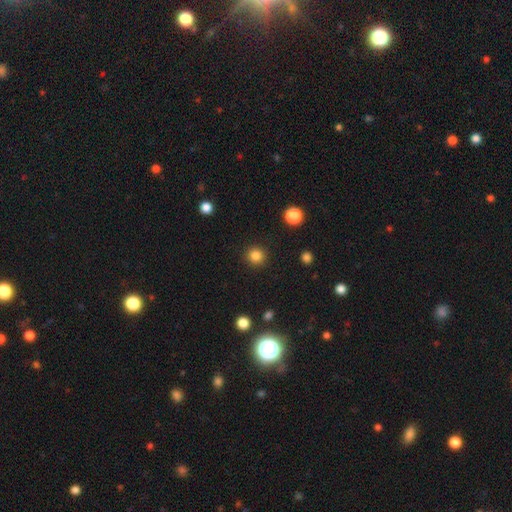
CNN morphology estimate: The model was most divided on "smooth or featured": smooth: 84%, star or artifact: 12%, featured or disk: 4%. More confident: how rounded — round (93%); merging — none (92%).